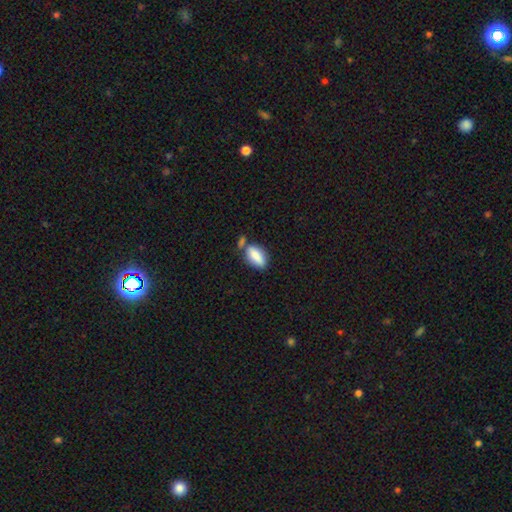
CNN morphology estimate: Smooth or featured? Predicted: smooth (p=0.81). How rounded? Predicted: in between (p=0.84). Merging? Predicted: none (p=0.49).